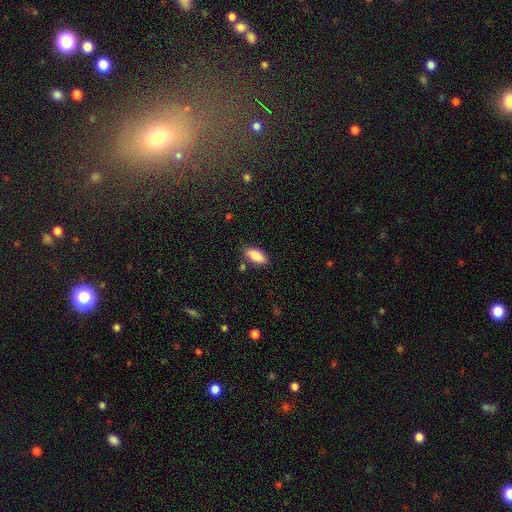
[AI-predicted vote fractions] smooth-or-featured: smooth: 86% | featured or disk: 8% | star or artifact: 7%
  how-rounded: in between: 88% | cigar-shaped: 9% | round: 2%
  merging: none: 83% | minor disturbance: 11% | merger: 4% | major disturbance: 2%